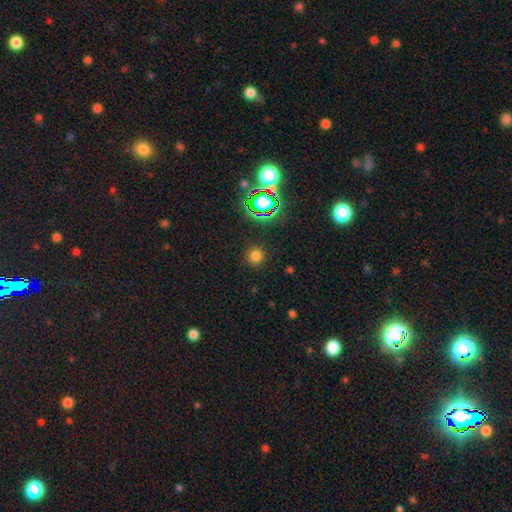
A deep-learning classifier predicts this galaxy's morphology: Smooth or featured?
  - smooth: 72% *
  - star or artifact: 22%
  - featured or disk: 5%
How rounded?
  - round: 94% *
  - in between: 5%
  - cigar-shaped: 1%
Merging?
  - none: 89% *
  - minor disturbance: 6%
  - major disturbance: 3%
  - merger: 2%